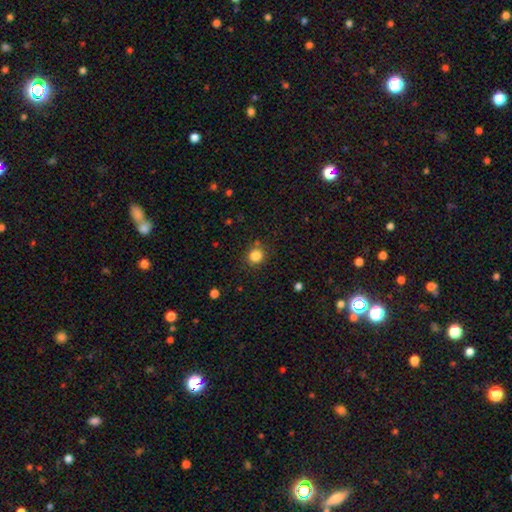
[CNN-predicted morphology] smooth-or-featured: smooth: 84% | star or artifact: 12% | featured or disk: 4%
  how-rounded: round: 89% | in between: 10% | cigar-shaped: 1%
  merging: none: 85% | minor disturbance: 9% | merger: 3% | major disturbance: 3%